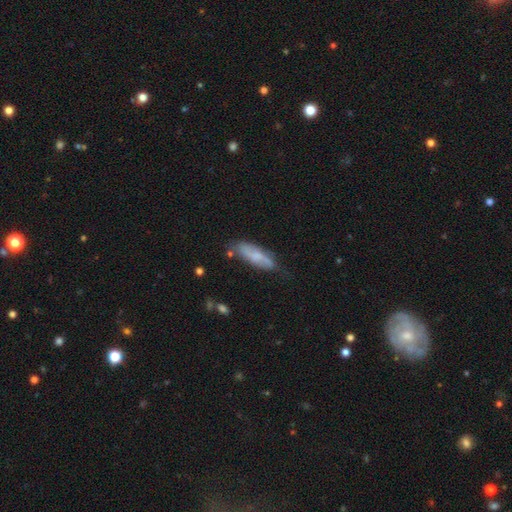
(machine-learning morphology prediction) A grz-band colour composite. It shows a smooth galaxy with no disk features (61%) that is in between round and cigar-shaped (49%, tied with cigar-shaped). Merging: none (59%).